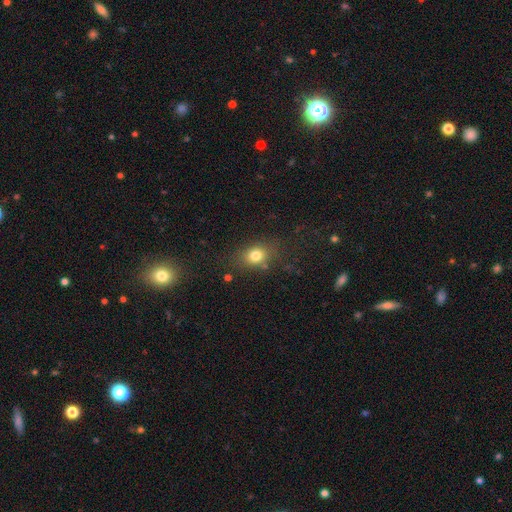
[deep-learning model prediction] Morphology: type=smooth (78%); roundness=in between (53%); merging=none (73%).